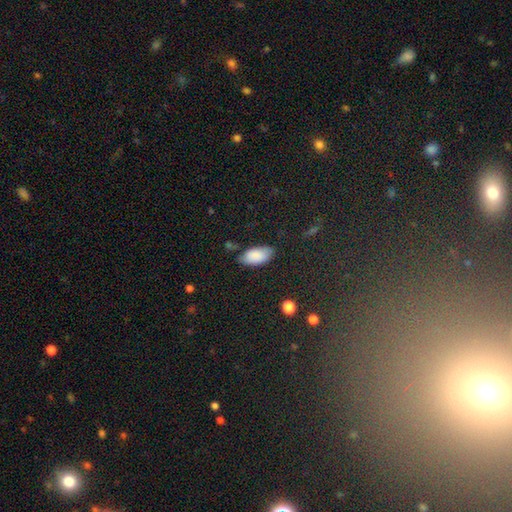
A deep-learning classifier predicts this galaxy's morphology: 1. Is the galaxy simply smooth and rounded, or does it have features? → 86% smooth, 7% star or artifact, 7% featured or disk.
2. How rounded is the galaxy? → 94% in between, 4% cigar-shaped, 2% round.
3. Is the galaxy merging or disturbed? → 70% none, 23% minor disturbance, 5% major disturbance, 3% merger.